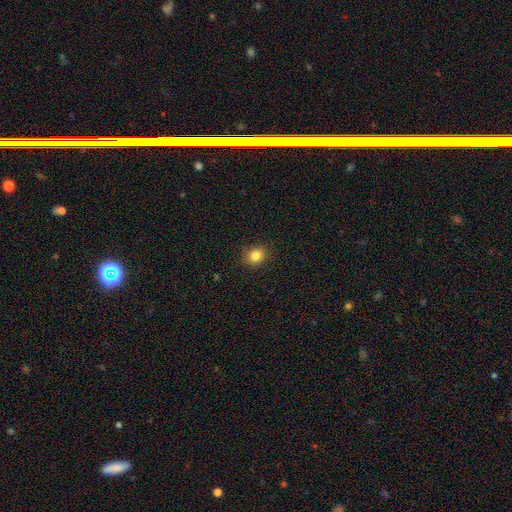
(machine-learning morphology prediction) Smooth or featured: smooth — 82% (star or artifact — 12%)
How rounded: round — 70% (in between — 29%)
Merging: none — 85% (minor disturbance — 11%)